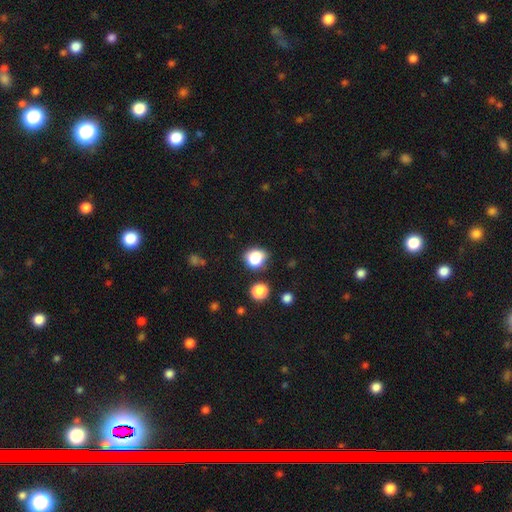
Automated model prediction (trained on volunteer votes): The model was most divided on "how rounded": round: 70%, in between: 29%, cigar-shaped: 1%. More confident: smooth or featured — smooth (80%); merging — none (66%).